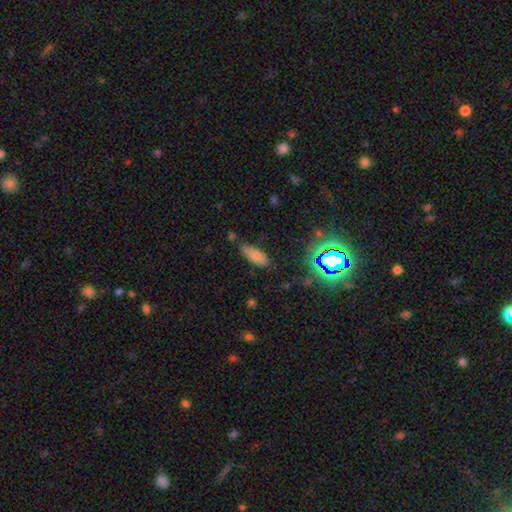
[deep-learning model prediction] smooth_or_featured: smooth (p=0.77) [alt: star or artifact p=0.14]
how_rounded: in between (p=0.76) [alt: cigar-shaped p=0.21]
merging: none (p=0.67) [alt: minor disturbance p=0.24]